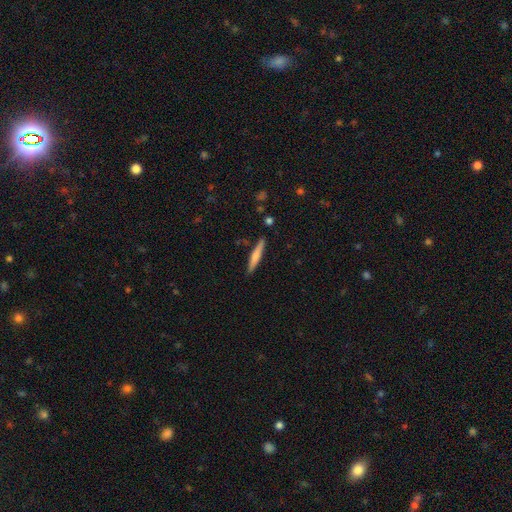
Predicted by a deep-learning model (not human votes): Smooth or featured? Predicted: smooth (p=0.61). How rounded? Predicted: cigar-shaped (p=0.93). Merging? Predicted: none (p=0.88).